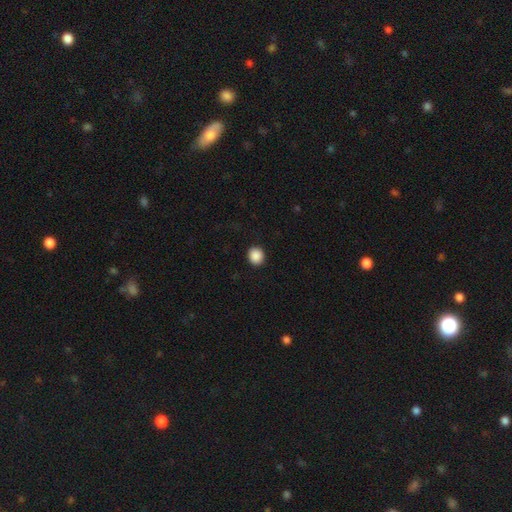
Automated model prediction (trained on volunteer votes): smooth-or-featured: smooth: 89% | star or artifact: 9% | featured or disk: 2%
  how-rounded: round: 84% | in between: 15% | cigar-shaped: 1%
  merging: none: 92% | minor disturbance: 5% | major disturbance: 2% | merger: 1%